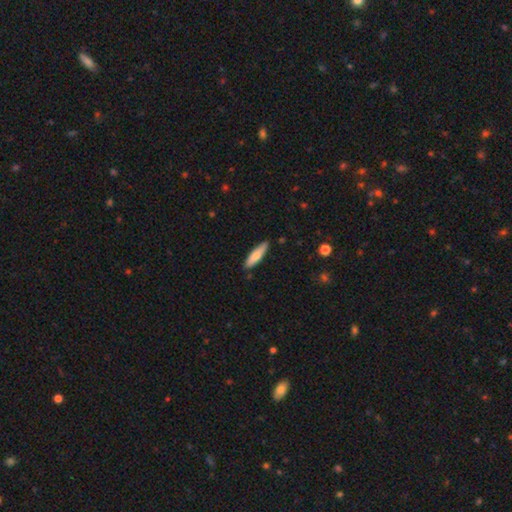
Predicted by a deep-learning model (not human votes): Q: Smooth or featured?
A: smooth (73%); runner-up: featured or disk (21%)
Q: How rounded?
A: cigar-shaped (68%); runner-up: in between (30%)
Q: Merging?
A: none (85%); runner-up: minor disturbance (11%)